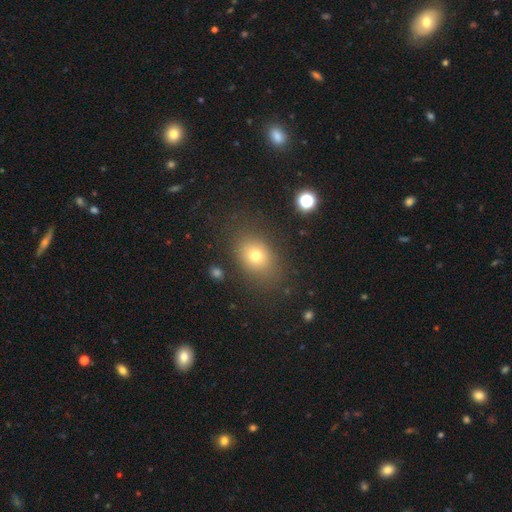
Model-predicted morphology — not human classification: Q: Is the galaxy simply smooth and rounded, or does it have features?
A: smooth — 72%.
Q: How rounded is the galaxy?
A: in between — 62%.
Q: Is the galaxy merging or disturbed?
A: none — 79%.